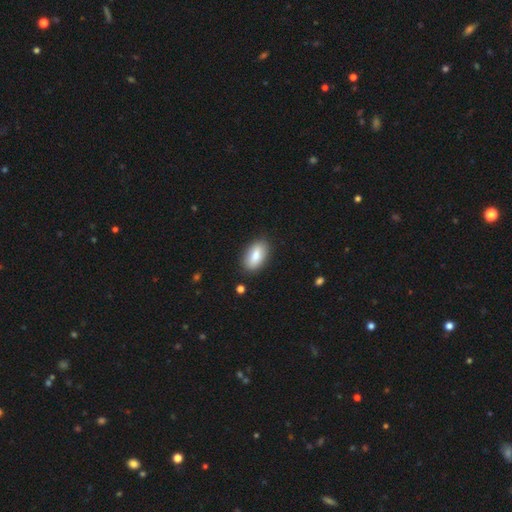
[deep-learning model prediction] Q: Smooth or featured?
A: smooth (81%); runner-up: featured or disk (13%)
Q: How rounded?
A: in between (91%); runner-up: cigar-shaped (5%)
Q: Merging?
A: none (87%); runner-up: minor disturbance (9%)